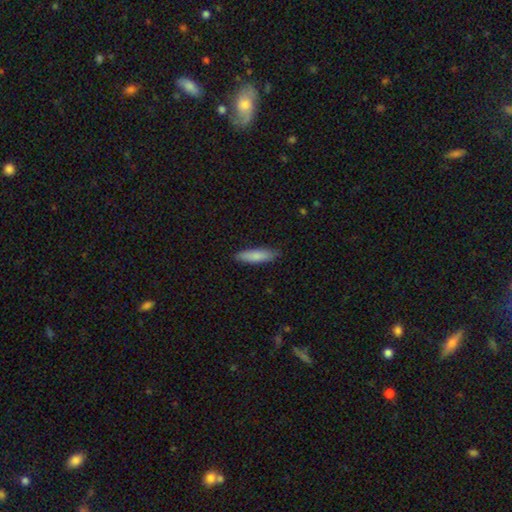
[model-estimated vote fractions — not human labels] Smooth or featured? Predicted: smooth (p=0.84). How rounded? Predicted: cigar-shaped (p=0.65). Merging? Predicted: none (p=0.86).